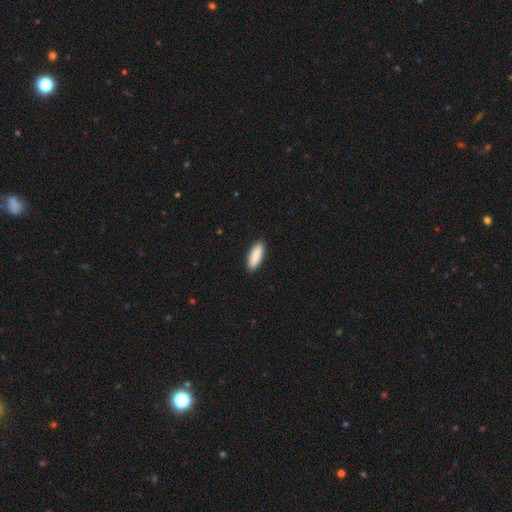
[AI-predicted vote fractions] This is clearly a smooth galaxy (91%). How rounded: likely in between (76%). Merging: clearly none (90%).